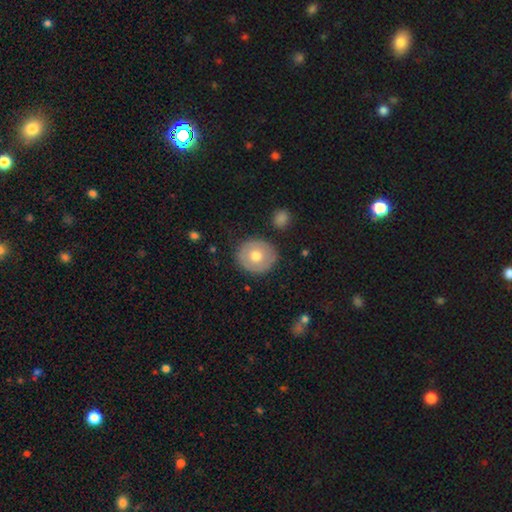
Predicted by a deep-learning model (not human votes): A smooth galaxy with no disk features (66%) that is round (82%). Merging: none (86%).